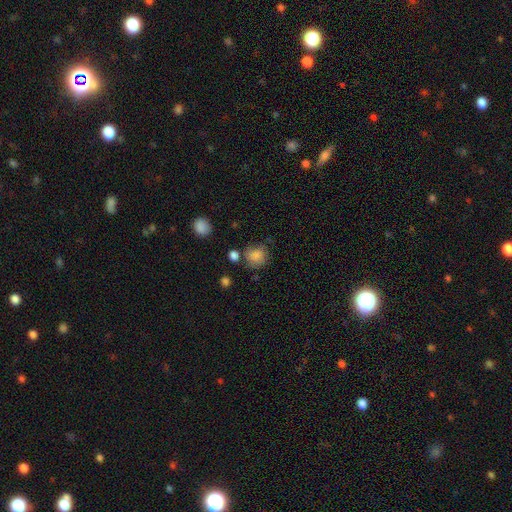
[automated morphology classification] type=smooth (83%); roundness=round (78%); merging=none (64%).